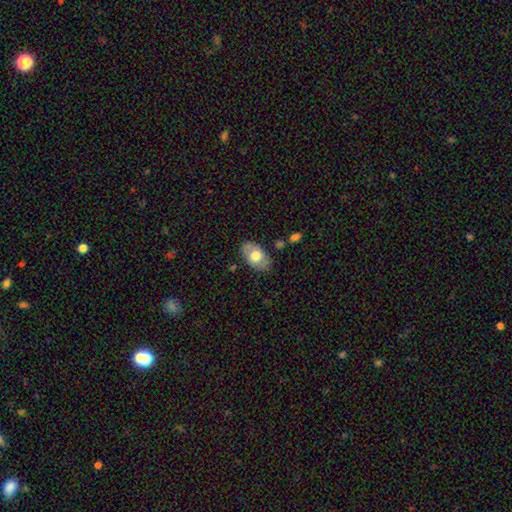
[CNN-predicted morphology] This is likely a smooth galaxy (61%). How rounded: clearly in between (90%). Merging: likely none (80%).